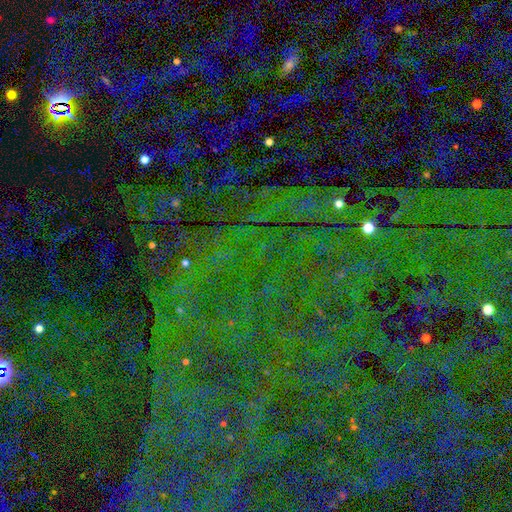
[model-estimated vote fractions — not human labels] Overall: star or artifact (84%).